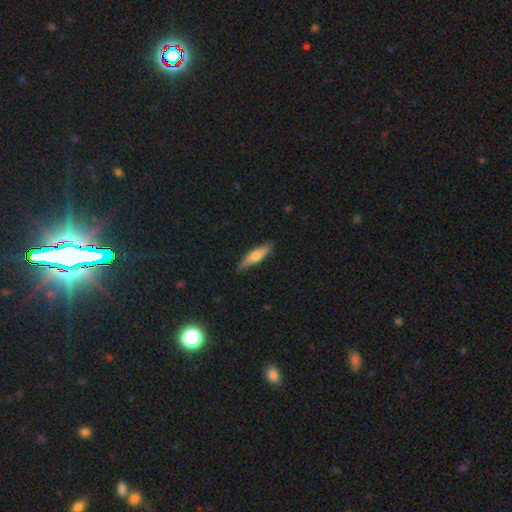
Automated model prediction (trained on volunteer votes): Overall: smooth (53%; featured or disk 41%). How rounded: cigar-shaped (74%). Merging: none (85%).